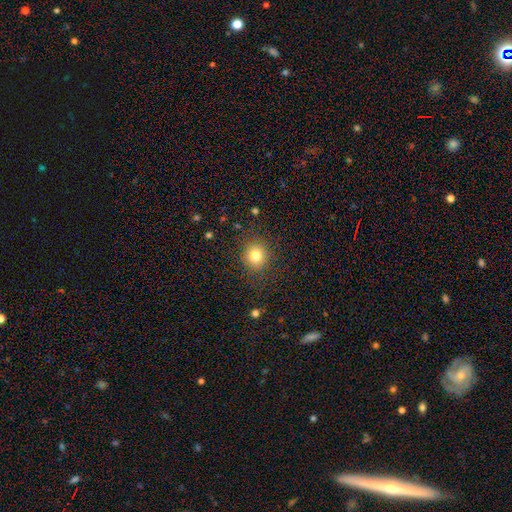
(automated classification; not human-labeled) Morphology: type=smooth (80%); roundness=round (87%); merging=none (87%).